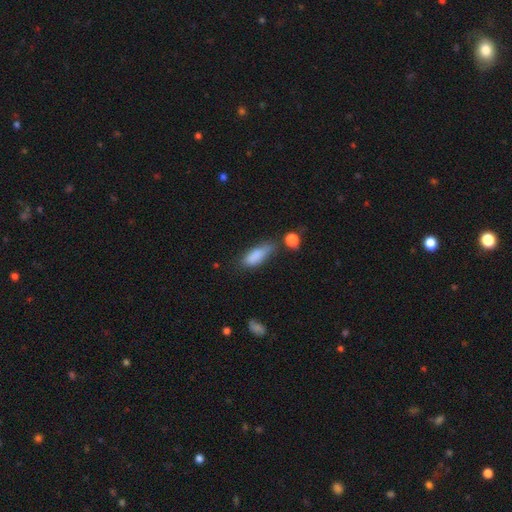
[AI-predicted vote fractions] A smooth galaxy with no disk features (81%) that is in between round and cigar-shaped (68%). Merging: none (42%).